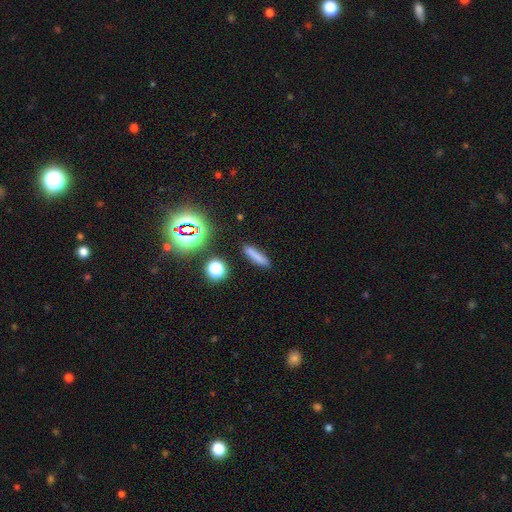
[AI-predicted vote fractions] Smooth or featured? Predicted: smooth (p=0.75). How rounded? Predicted: cigar-shaped (p=0.83). Merging? Predicted: none (p=0.86).